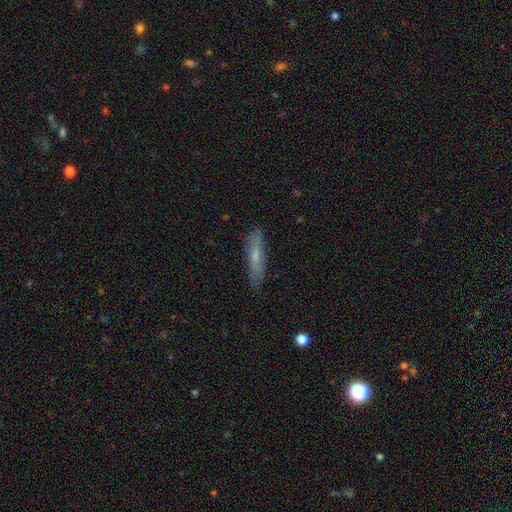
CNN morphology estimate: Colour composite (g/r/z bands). It shows a smooth galaxy with no disk features (60%) that is cigar-shaped (83%). Merging: none (81%).